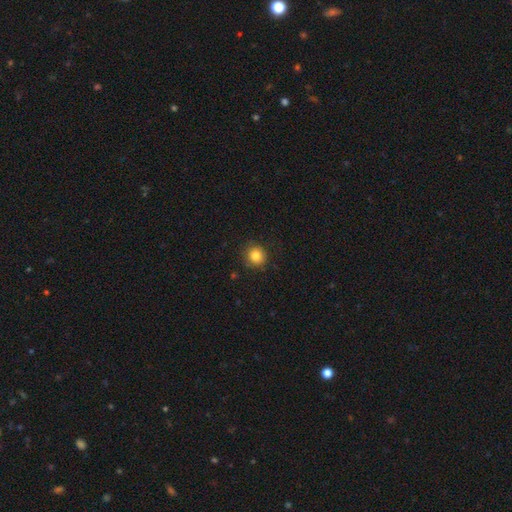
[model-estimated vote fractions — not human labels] smooth-or-featured: smooth: 84% | star or artifact: 10% | featured or disk: 6%
  how-rounded: round: 90% | in between: 9% | cigar-shaped: 1%
  merging: none: 85% | minor disturbance: 11% | major disturbance: 3% | merger: 1%